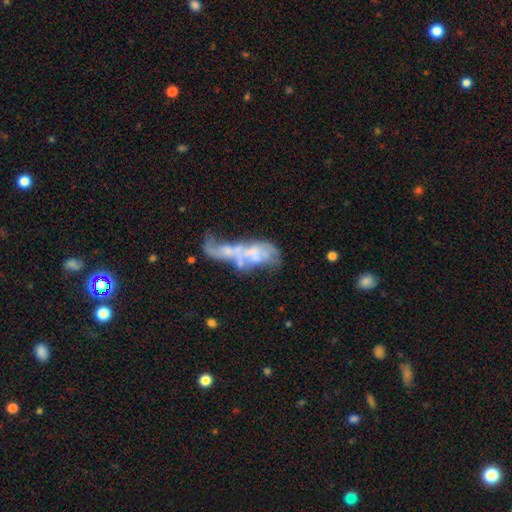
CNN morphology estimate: smooth_or_featured: featured or disk (p=0.58) [alt: smooth p=0.32]
disk_edge_on: no (p=0.94) [alt: yes p=0.06]
bar: no (p=0.83) [alt: weak p=0.13]
has_spiral_arms: no (p=0.81) [alt: yes p=0.19]
bulge_size: none (p=0.55) [alt: moderate p=0.20]
merging: merger (p=0.50) [alt: major disturbance p=0.27]